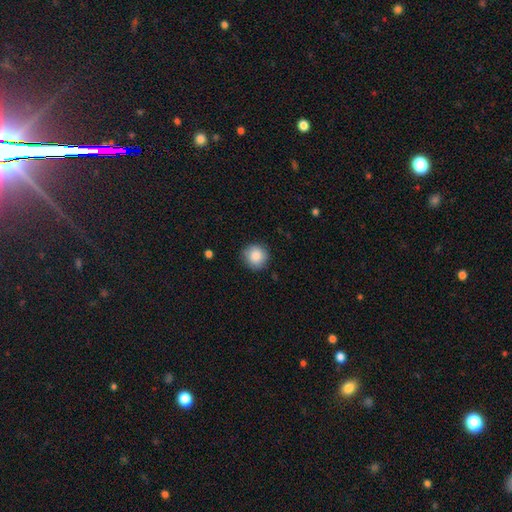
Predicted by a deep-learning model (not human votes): smooth 87%, star or artifact 8%, featured or disk 5%. Down the decision tree: how rounded — round (93%); merging — none (87%).